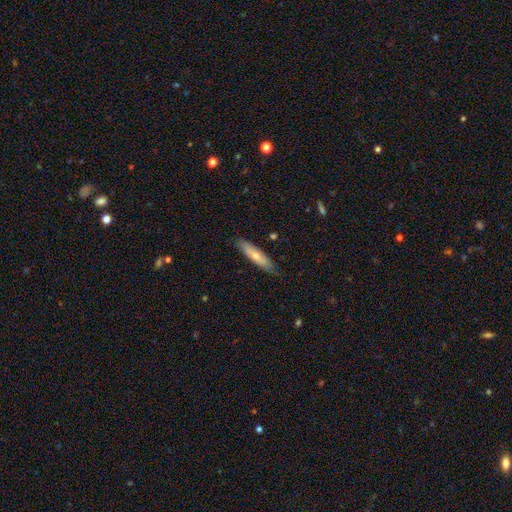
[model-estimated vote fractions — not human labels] Smooth or featured: smooth — 67% (featured or disk — 28%)
How rounded: cigar-shaped — 74% (in between — 24%)
Merging: none — 82% (minor disturbance — 14%)